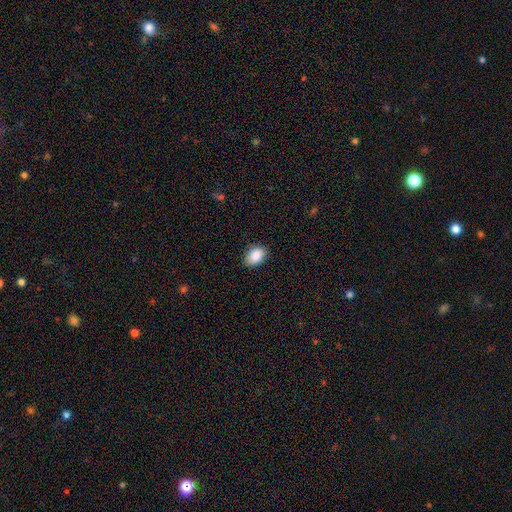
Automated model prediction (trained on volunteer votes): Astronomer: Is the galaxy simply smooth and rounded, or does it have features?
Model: smooth — 89%.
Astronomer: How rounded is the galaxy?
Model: in between — 84%.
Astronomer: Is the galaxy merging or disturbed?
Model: none — 83%.